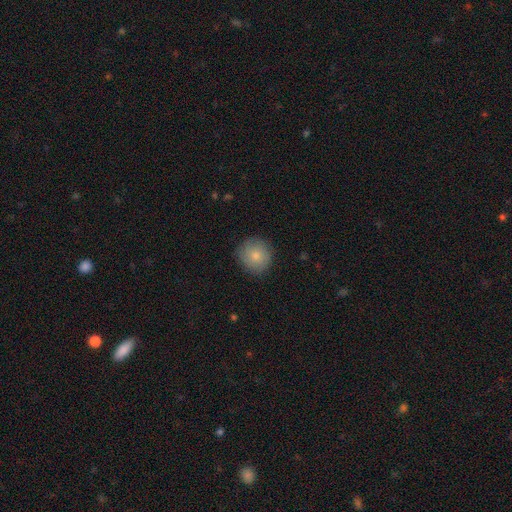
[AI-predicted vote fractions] smooth_or_featured: smooth (p=0.81) [alt: featured or disk p=0.11]
how_rounded: round (p=0.93) [alt: in between p=0.06]
merging: none (p=0.87) [alt: minor disturbance p=0.10]